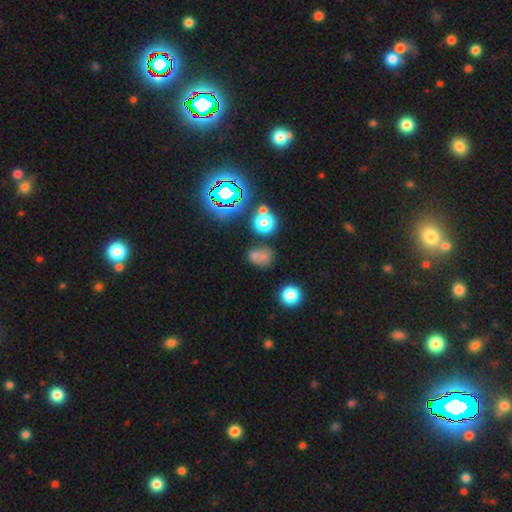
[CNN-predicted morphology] This appears to be a smooth galaxy with no disk features (57%) that is round (52%). Merging: none (51%).